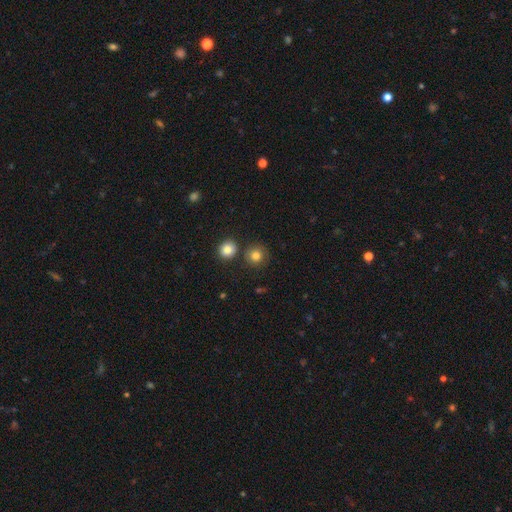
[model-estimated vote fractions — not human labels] This is clearly a smooth galaxy (81%). How rounded: clearly round (91%). Merging: likely none (80%).